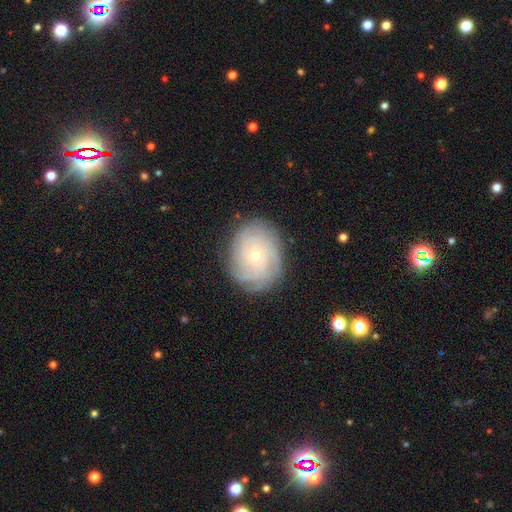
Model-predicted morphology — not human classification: smooth-or-featured: featured or disk: 73% | smooth: 18% | star or artifact: 9%
  disk-edge-on: no: 97% | yes: 3%
    bar: no: 82% | weak: 15% | strong: 3%
    has-spiral-arms: yes: 94% | no: 6%
      spiral-winding: tight: 77% | medium: 18% | loose: 5%
      spiral-arm-count: can't tell: 38% | 4: 20% | more than 4: 19% | 3: 10% | 2: 8% | 1: 6%
    bulge-size: small: 75% | moderate: 22% | large: 1% | none: 1% | dominant: 1%
  merging: none: 82% | minor disturbance: 13% | major disturbance: 4% | merger: 1%